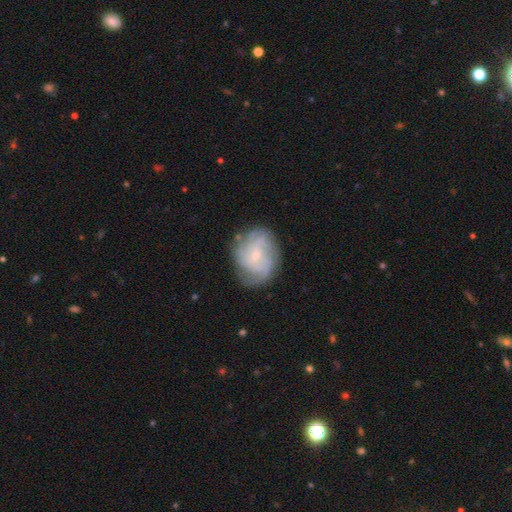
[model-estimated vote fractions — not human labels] Smooth or featured? Predicted: featured or disk (p=0.77). Edge-on disk? Predicted: no (p=0.98). Bar? Predicted: no (p=0.63). Spiral arms? Predicted: yes (p=0.93). Spiral winding? Predicted: tight (p=0.55). Spiral arm count? Predicted: can't tell (p=0.34). Bulge size? Predicted: small (p=0.79). Merging? Predicted: none (p=0.74).